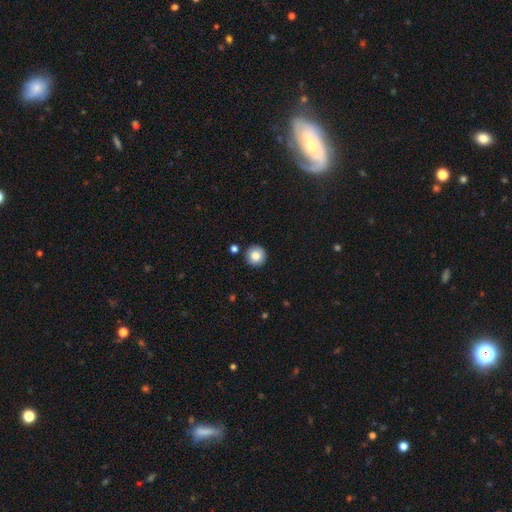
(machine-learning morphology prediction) smooth_or_featured: smooth (p=0.86) [alt: star or artifact p=0.09]
how_rounded: round (p=0.96) [alt: in between p=0.03]
merging: none (p=0.90) [alt: minor disturbance p=0.06]